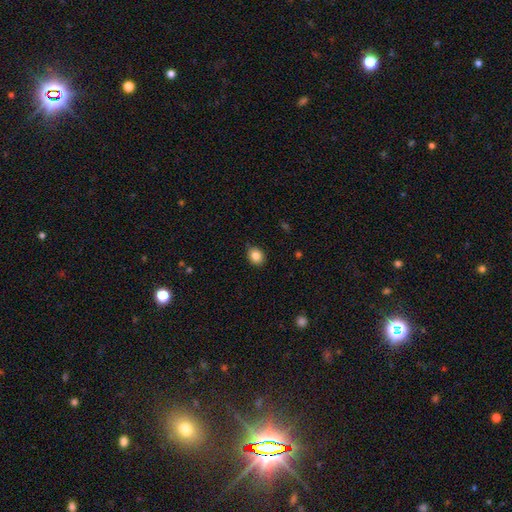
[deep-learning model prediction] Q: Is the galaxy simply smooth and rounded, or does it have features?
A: smooth — 85%.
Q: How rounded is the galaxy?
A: round — 52%.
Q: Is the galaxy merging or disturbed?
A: none — 86%.